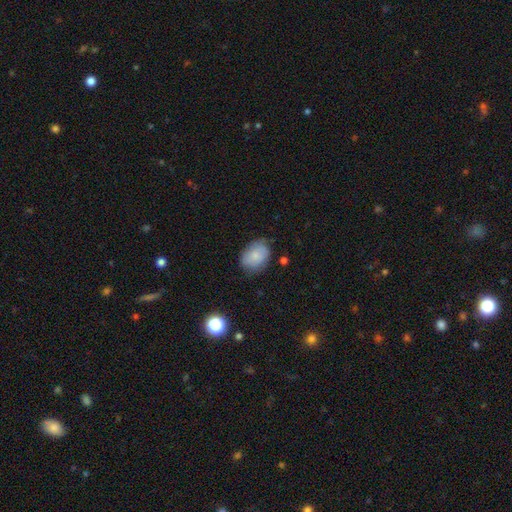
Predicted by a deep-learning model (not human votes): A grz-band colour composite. It shows a smooth galaxy with no disk features (78%) that is in between round and cigar-shaped (72%). Merging: none (69%).